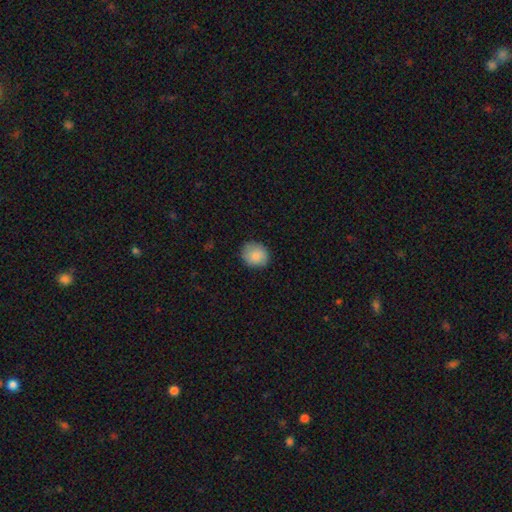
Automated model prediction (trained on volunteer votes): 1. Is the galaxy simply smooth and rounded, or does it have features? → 86% smooth, 7% star or artifact, 7% featured or disk.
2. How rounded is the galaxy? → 74% round, 25% in between, 1% cigar-shaped.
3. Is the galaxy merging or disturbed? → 85% none, 12% minor disturbance, 2% major disturbance, 1% merger.